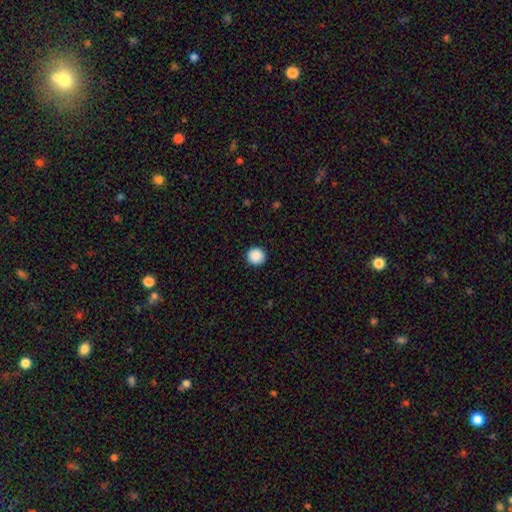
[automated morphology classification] smooth 89%, star or artifact 8%, featured or disk 2%. Down the decision tree: how rounded — round (94%); merging — none (93%).